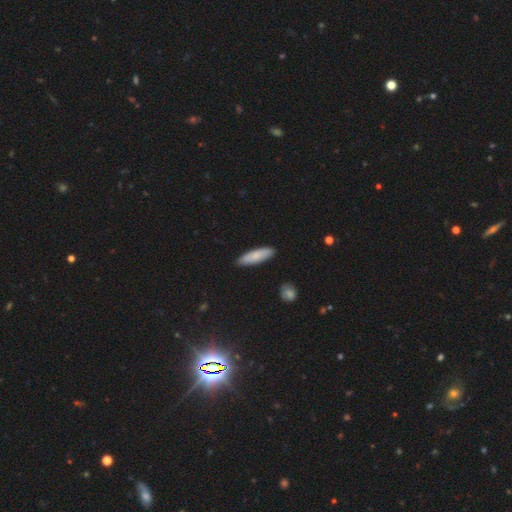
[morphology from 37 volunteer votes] Q: Smooth or featured?
A: smooth (70%); runner-up: featured or disk (22%)
Q: How rounded?
A: cigar-shaped (58%); runner-up: in between (42%)
Q: Merging?
A: none (76%); runner-up: major disturbance (12%)